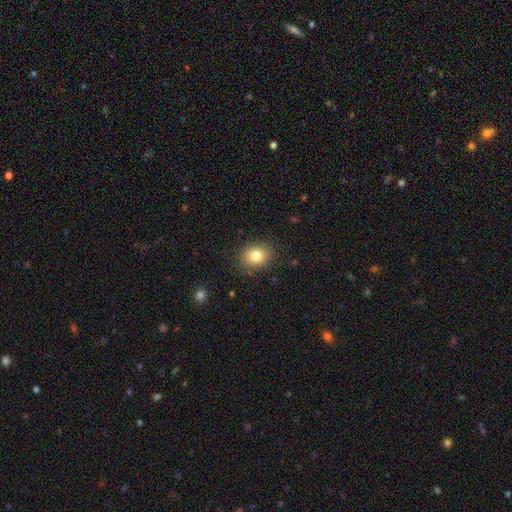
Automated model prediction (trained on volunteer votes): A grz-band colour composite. It shows a smooth galaxy with no disk features (81%) that is round (53%). Merging: none (86%).